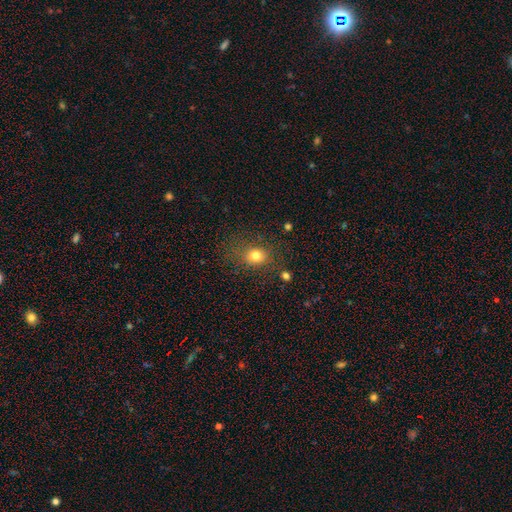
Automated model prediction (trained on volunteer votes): Smooth or featured? Predicted: smooth (p=0.77). How rounded? Predicted: round (p=0.59). Merging? Predicted: none (p=0.75).